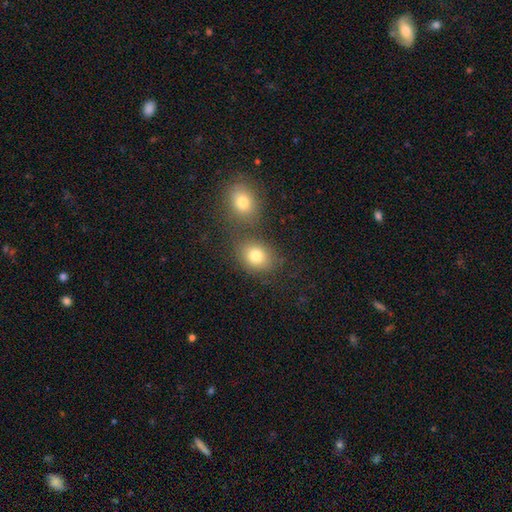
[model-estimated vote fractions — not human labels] Smooth or featured? Predicted: smooth (p=0.79). How rounded? Predicted: in between (p=0.50). Merging? Predicted: none (p=0.62).